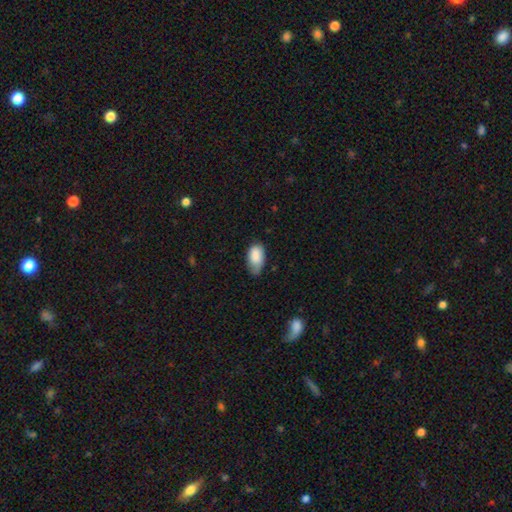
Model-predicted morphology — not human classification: This is clearly a smooth galaxy (86%). How rounded: clearly in between (94%). Merging: possibly none (49%).